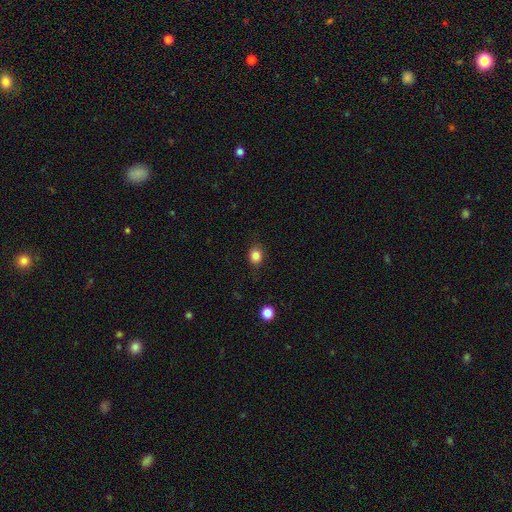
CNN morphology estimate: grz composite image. It shows a smooth galaxy with no disk features (83%) that is round (60%). Merging: none (85%).